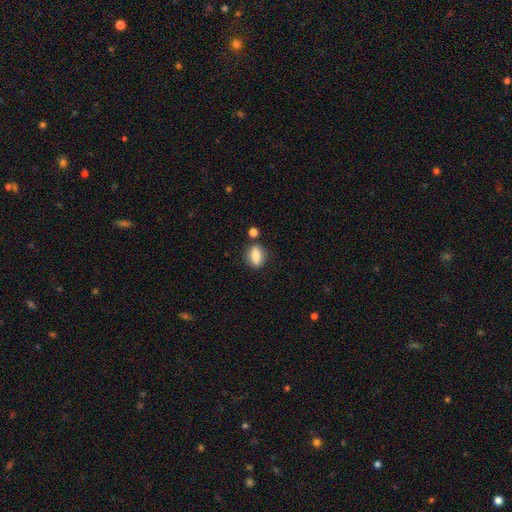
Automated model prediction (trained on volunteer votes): Morphology: type=smooth (82%); roundness=in between (70%); merging=none (78%).